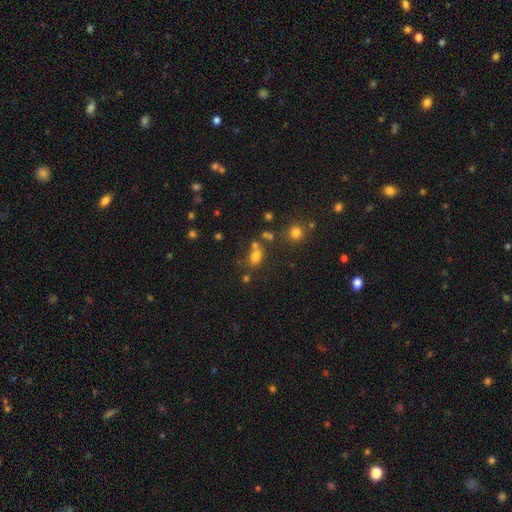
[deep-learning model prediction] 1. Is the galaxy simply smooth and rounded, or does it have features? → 75% smooth, 16% star or artifact, 9% featured or disk.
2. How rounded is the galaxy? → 71% in between, 27% round, 2% cigar-shaped.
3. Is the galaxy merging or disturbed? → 57% none, 23% merger, 14% minor disturbance, 6% major disturbance.